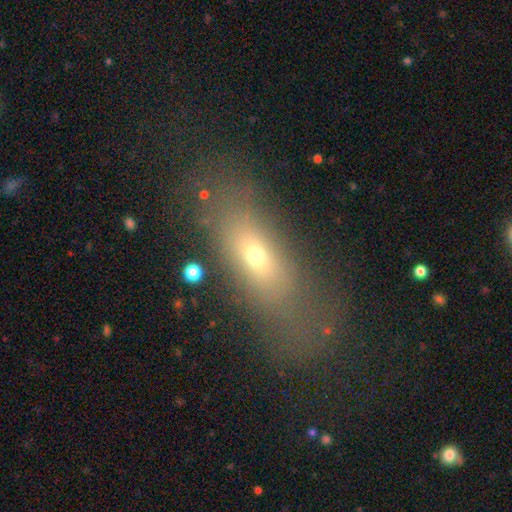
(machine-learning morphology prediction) The model was most divided on "smooth or featured": smooth: 60%, featured or disk: 23%, star or artifact: 16%. More confident: how rounded — in between (64%); merging — none (63%).